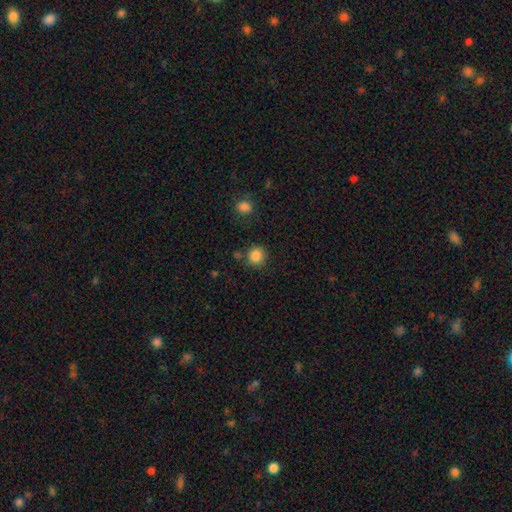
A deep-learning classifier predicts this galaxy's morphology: Smooth or featured?
  - smooth: 86% *
  - star or artifact: 10%
  - featured or disk: 4%
How rounded?
  - round: 87% *
  - in between: 13%
  - cigar-shaped: 1%
Merging?
  - none: 80% *
  - minor disturbance: 11%
  - merger: 6%
  - major disturbance: 4%